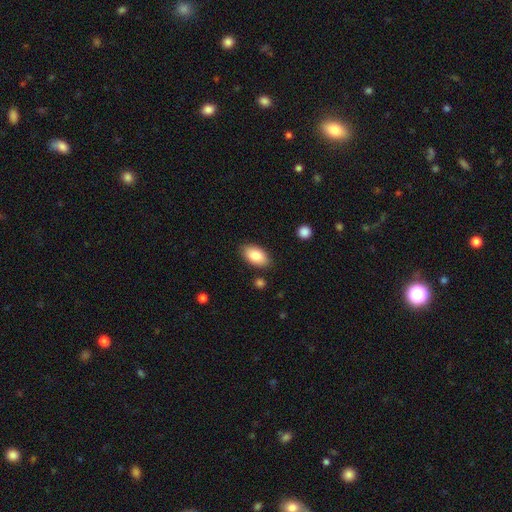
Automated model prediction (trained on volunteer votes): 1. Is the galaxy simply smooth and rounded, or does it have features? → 84% smooth, 9% featured or disk, 6% star or artifact.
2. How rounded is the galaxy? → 94% in between, 4% round, 2% cigar-shaped.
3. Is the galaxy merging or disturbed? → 86% none, 10% minor disturbance, 2% major disturbance, 2% merger.